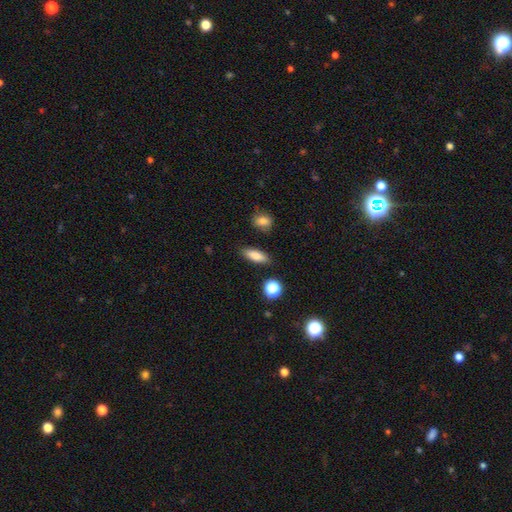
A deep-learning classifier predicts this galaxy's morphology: Smooth or featured? smooth (81%)
How rounded? in between (63%)
Merging? none (86%)